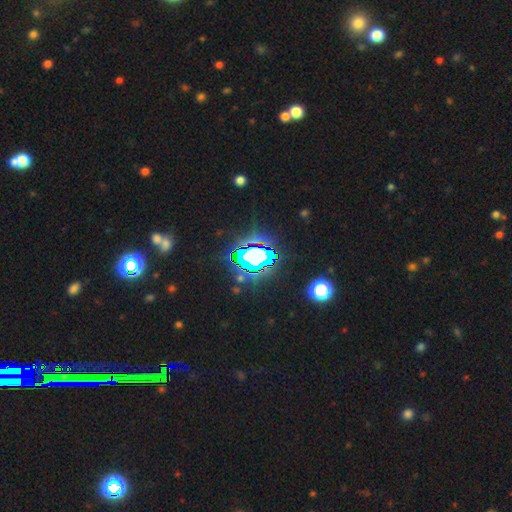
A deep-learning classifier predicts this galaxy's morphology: Q: Smooth or featured?
A: star or artifact (68%); runner-up: smooth (18%)